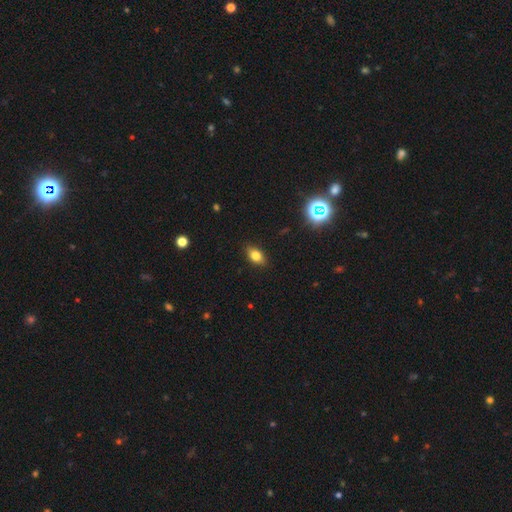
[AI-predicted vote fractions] This is likely a smooth galaxy (79%). How rounded: clearly in between (84%). Merging: clearly none (87%).